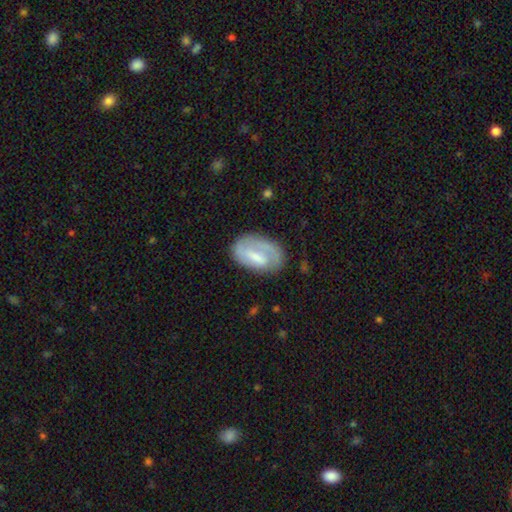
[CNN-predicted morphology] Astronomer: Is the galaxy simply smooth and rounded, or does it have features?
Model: featured or disk — 51% (runner-up: smooth, 42%).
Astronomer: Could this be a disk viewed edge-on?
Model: no — 95%.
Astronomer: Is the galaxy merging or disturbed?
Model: none — 63%.